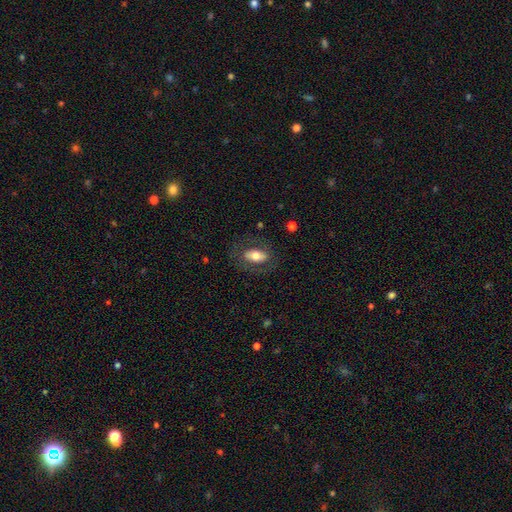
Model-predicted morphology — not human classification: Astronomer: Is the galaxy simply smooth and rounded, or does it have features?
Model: smooth — 62%.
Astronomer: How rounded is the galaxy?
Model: in between — 88%.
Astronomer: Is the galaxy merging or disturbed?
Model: none — 76%.